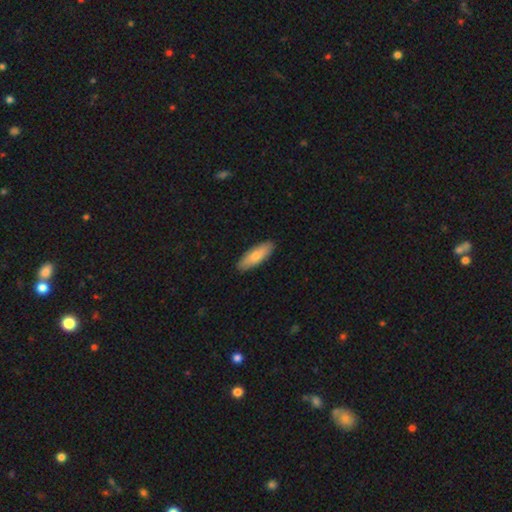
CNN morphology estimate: A smooth galaxy with no disk features (76%) that is in between round and cigar-shaped (57%). Merging: none (90%).